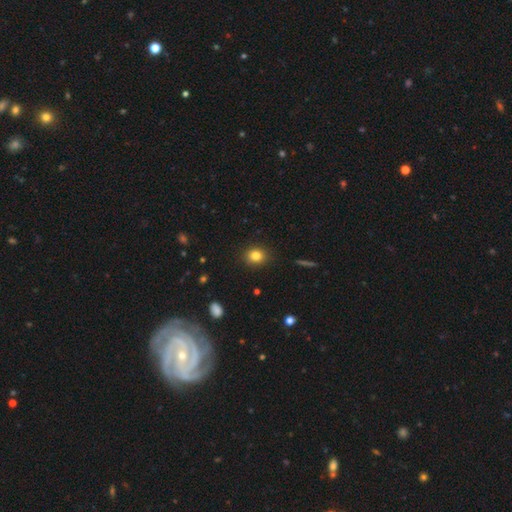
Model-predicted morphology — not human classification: Smooth or featured?
  - smooth: 82% *
  - star or artifact: 11%
  - featured or disk: 7%
How rounded?
  - round: 68% *
  - in between: 31%
  - cigar-shaped: 1%
Merging?
  - none: 89% *
  - minor disturbance: 8%
  - major disturbance: 2%
  - merger: 1%